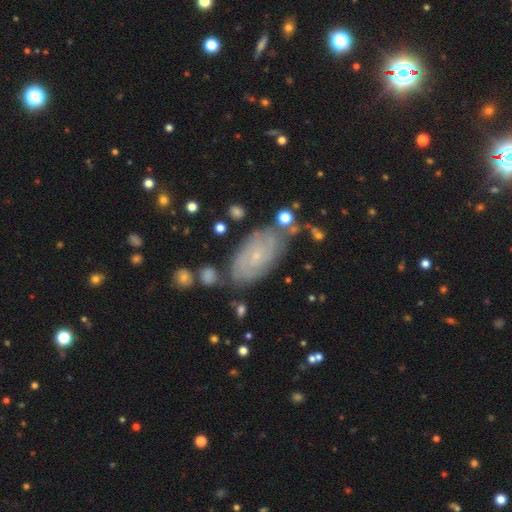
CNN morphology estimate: Smooth or featured: featured or disk — 65% (smooth — 25%)
Edge-on disk: no — 93% (yes — 7%)
Bar: no — 79% (weak — 17%)
Spiral arms: yes — 85% (no — 15%)
Spiral winding: tight — 75% (medium — 19%)
Spiral arm count: can't tell — 53% (2 — 24%)
Bulge size: small — 83% (moderate — 12%)
Merging: none — 70% (minor disturbance — 18%)